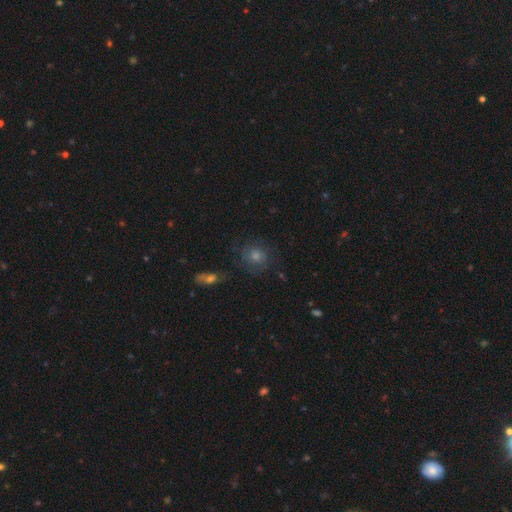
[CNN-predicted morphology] Smooth or featured: smooth — 48% (star or artifact — 28%)
Merging: none — 78% (minor disturbance — 13%)